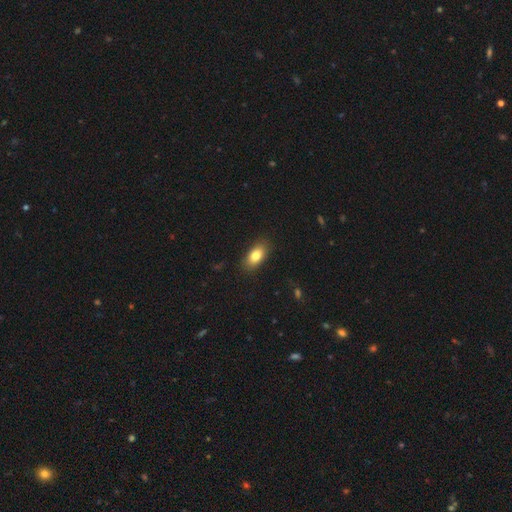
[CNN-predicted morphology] A smooth galaxy with no disk features (81%) that is in between round and cigar-shaped (89%). Merging: none (88%).